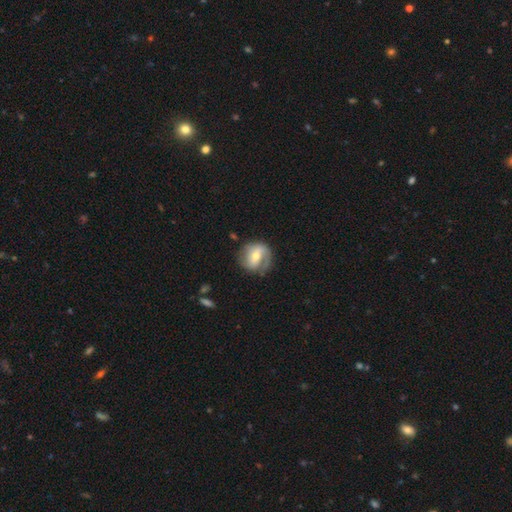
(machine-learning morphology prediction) type=featured or disk (62%); edge-on=no (96%); bar=weak (40%); spiral arms=yes (82%); bulge=moderate (59%); merging=none (67%).